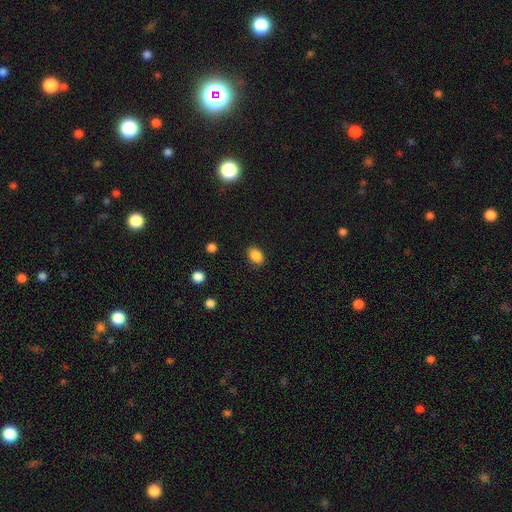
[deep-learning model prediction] This appears to be a smooth galaxy with no disk features (87%) that is in between round and cigar-shaped (78%). Merging: none (87%).